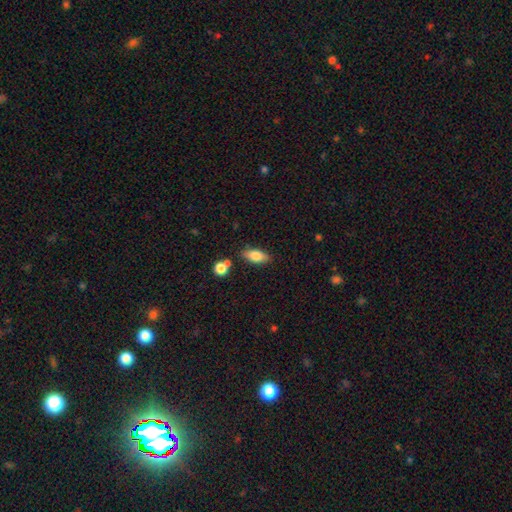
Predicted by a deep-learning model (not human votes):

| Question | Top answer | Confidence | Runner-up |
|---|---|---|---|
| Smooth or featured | smooth | 79% | featured or disk (14%) |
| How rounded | in between | 83% | cigar-shaped (14%) |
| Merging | none | 76% | minor disturbance (14%) |